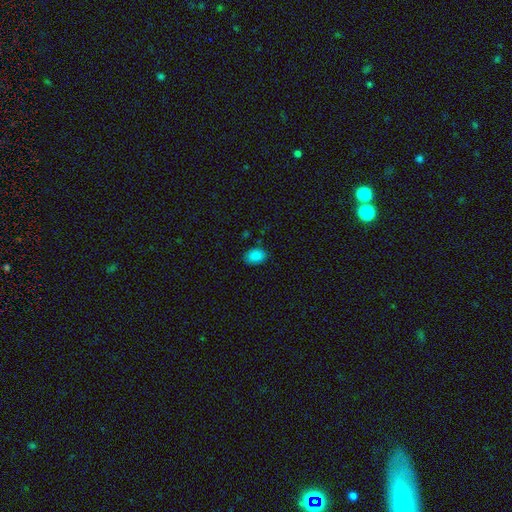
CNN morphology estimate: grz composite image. It shows a smooth galaxy with no disk features (87%) that is in between round and cigar-shaped (79%). Merging: none (82%).